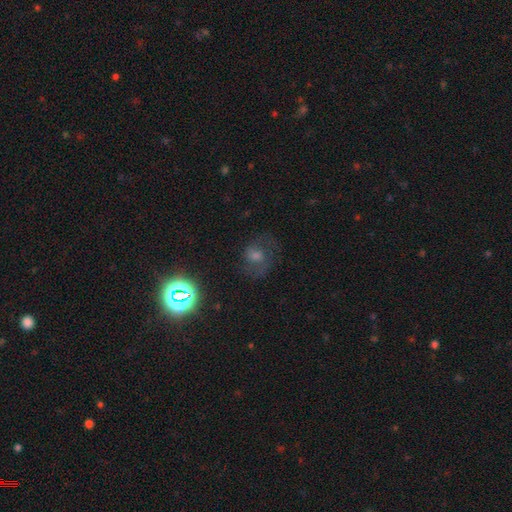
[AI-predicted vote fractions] Q: Smooth or featured?
A: featured or disk (46%); runner-up: star or artifact (28%)
Q: Merging?
A: none (67%); runner-up: minor disturbance (17%)